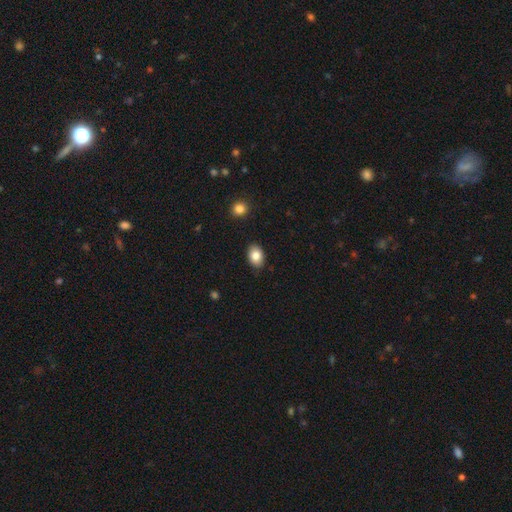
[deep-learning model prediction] Overall: smooth (83%). How rounded: in between (79%). Merging: none (87%).